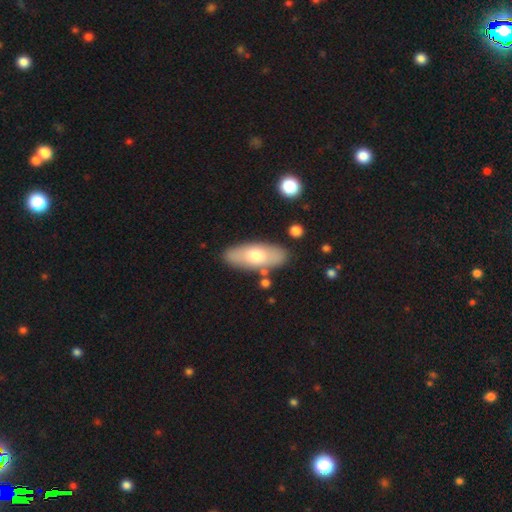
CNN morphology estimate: This is likely a smooth galaxy (64%). How rounded: likely in between (80%). Merging: clearly none (83%).